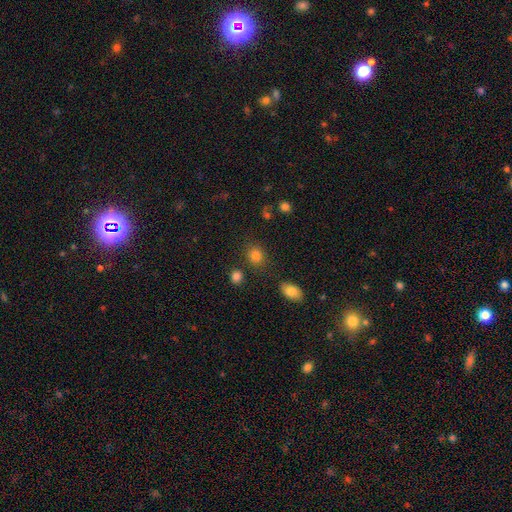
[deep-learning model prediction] This appears to be a smooth galaxy with no disk features (83%) that is round (73%). Merging: none (81%).